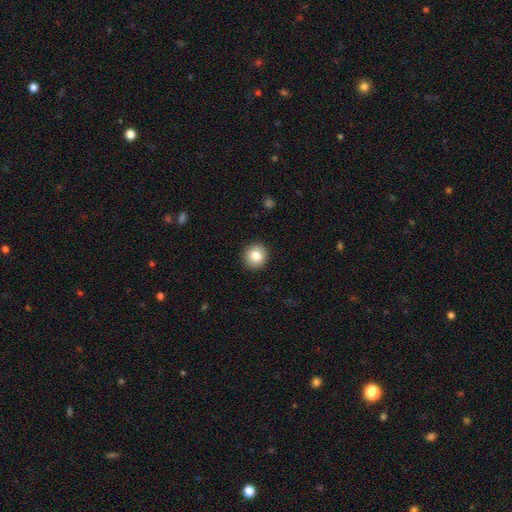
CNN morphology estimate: smooth-or-featured: smooth: 82% | featured or disk: 9% | star or artifact: 9%
  how-rounded: round: 93% | in between: 6% | cigar-shaped: 1%
  merging: none: 92% | minor disturbance: 5% | major disturbance: 2% | merger: 1%